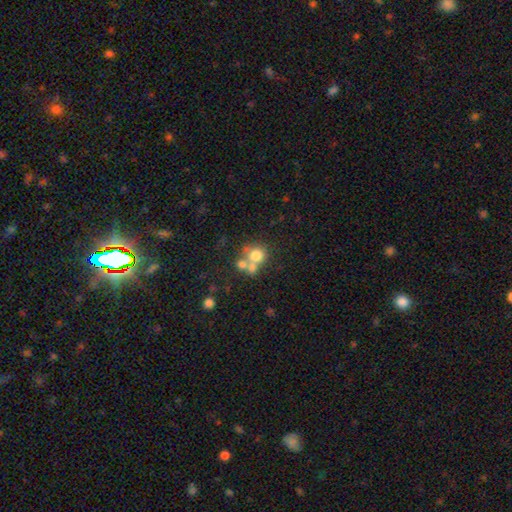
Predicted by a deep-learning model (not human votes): Morphology: type=smooth (69%); roundness=round (84%); merging=merger (47%).